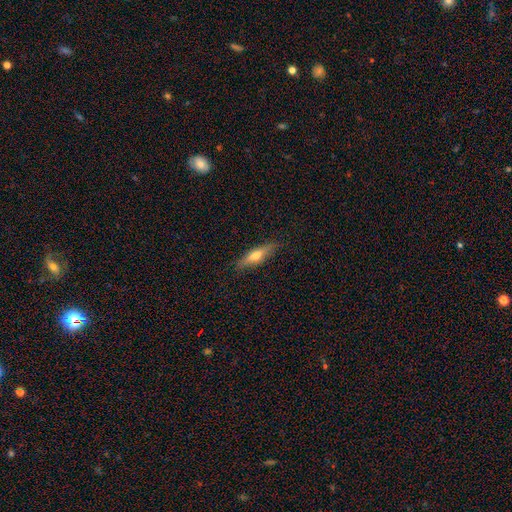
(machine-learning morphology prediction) The model was most divided on "smooth or featured": smooth: 55%, featured or disk: 38%, star or artifact: 6%. More confident: merging — none (85%); how rounded — cigar-shaped (66%).